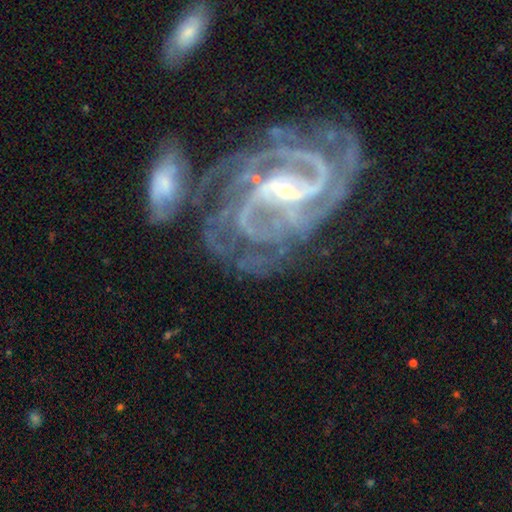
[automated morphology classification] Overall: featured or disk (91%). Edge-on disk: no (97%). Bar: strong (44%; weak 37%). Spiral arms: yes (98%). Spiral arm count: 4 (24%, tied with 3). Spiral winding: tight (64%; medium 30%). Bulge size: small (68%). Merging: none (53%; minor disturbance 19%).